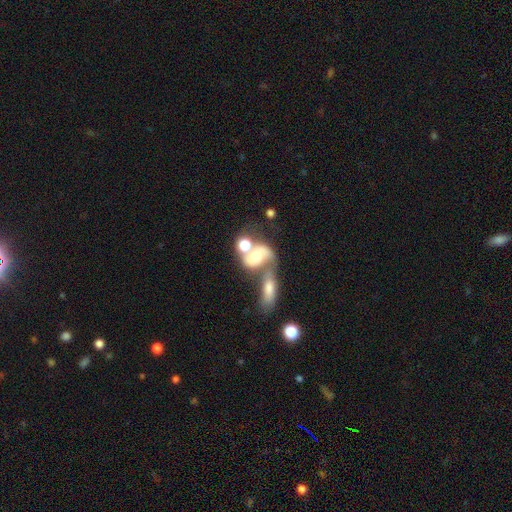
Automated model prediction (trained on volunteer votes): Q: Smooth or featured?
A: featured or disk (51%); runner-up: smooth (39%)
Q: Edge-on disk?
A: no (94%); runner-up: yes (6%)
Q: Merging?
A: merger (64%); runner-up: none (18%)